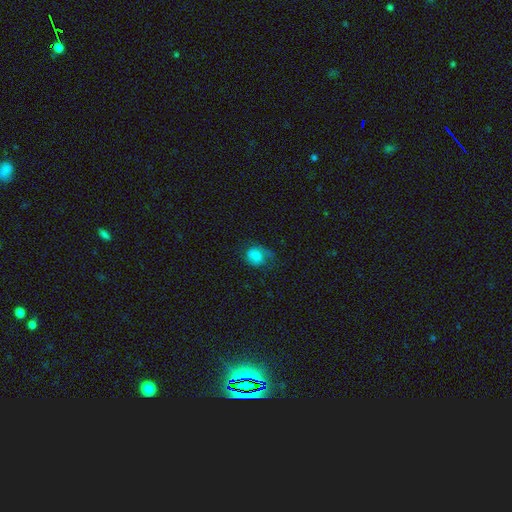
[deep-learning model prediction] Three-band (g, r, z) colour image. It shows a smooth galaxy with no disk features (72%) that is round (55%). Merging: none (45%).